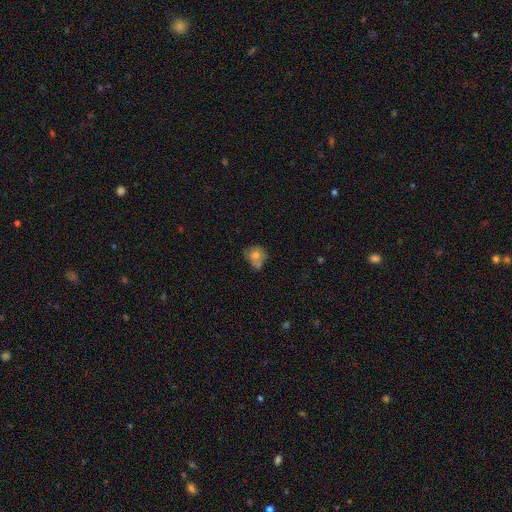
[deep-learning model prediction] smooth-or-featured: smooth: 62% | featured or disk: 28% | star or artifact: 10%
  how-rounded: round: 72% | in between: 27% | cigar-shaped: 1%
  merging: none: 45% | minor disturbance: 26% | merger: 19% | major disturbance: 9%